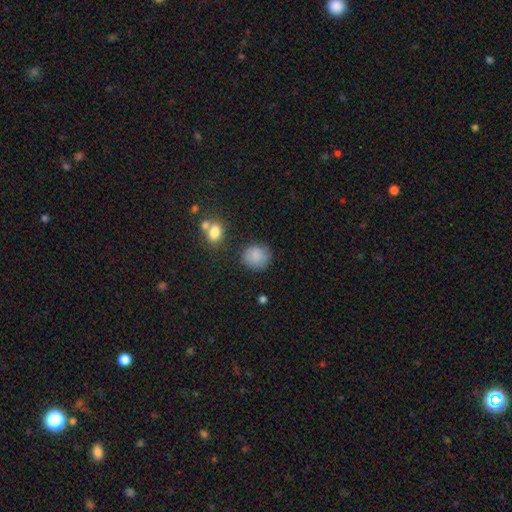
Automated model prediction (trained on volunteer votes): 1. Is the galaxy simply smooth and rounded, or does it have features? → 86% smooth, 8% star or artifact, 5% featured or disk.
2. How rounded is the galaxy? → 82% round, 17% in between, 1% cigar-shaped.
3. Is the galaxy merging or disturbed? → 80% none, 13% minor disturbance, 4% major disturbance, 3% merger.